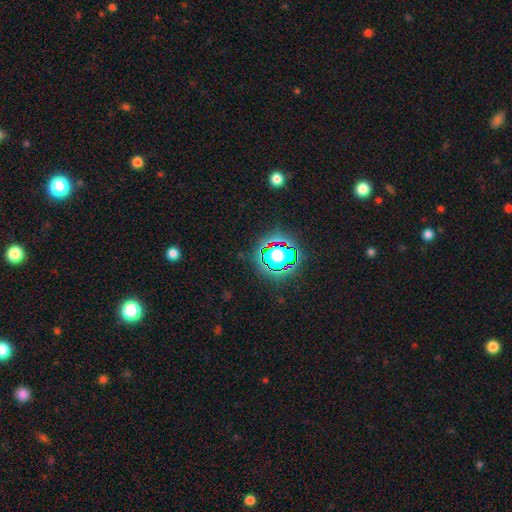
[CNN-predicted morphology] smooth_or_featured: star or artifact (p=0.77) [alt: smooth p=0.15]